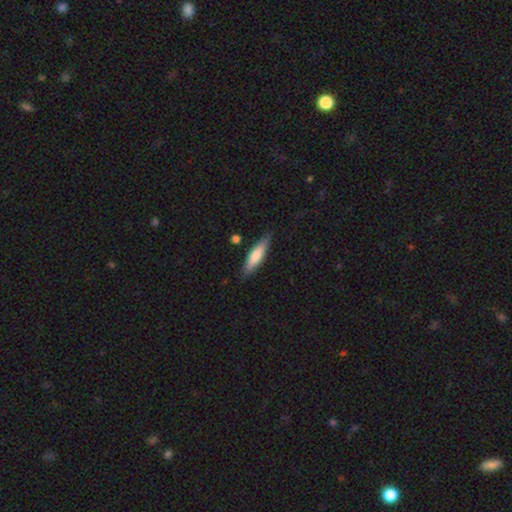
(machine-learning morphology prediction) Smooth or featured: smooth — 70% (featured or disk — 24%)
How rounded: cigar-shaped — 72% (in between — 27%)
Merging: none — 83% (minor disturbance — 13%)